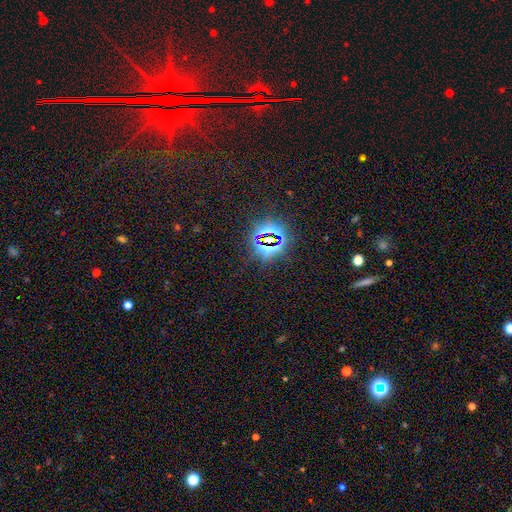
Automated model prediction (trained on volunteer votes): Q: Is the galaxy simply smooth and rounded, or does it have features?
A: star or artifact — 80%.